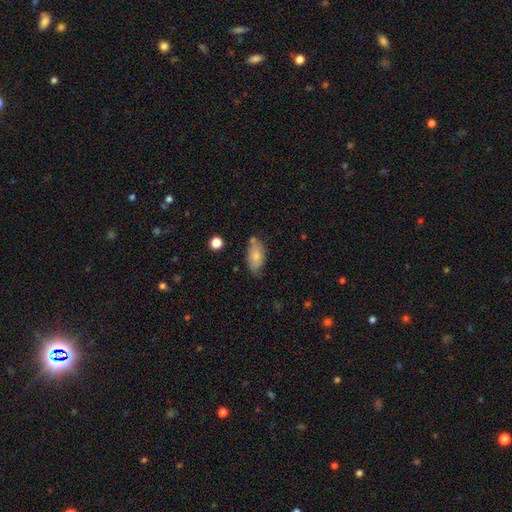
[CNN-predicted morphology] smooth_or_featured: smooth (p=0.78) [alt: featured or disk p=0.15]
how_rounded: in between (p=0.91) [alt: cigar-shaped p=0.06]
merging: none (p=0.62) [alt: minor disturbance p=0.25]